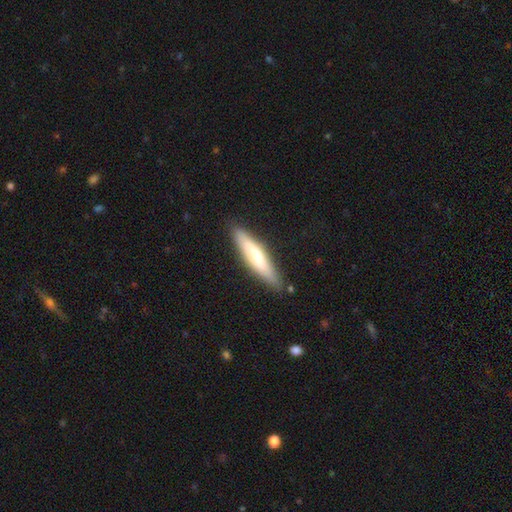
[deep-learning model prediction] smooth 58%, featured or disk 36%, star or artifact 5%. Down the decision tree: how rounded — cigar-shaped (81%); merging — none (85%).